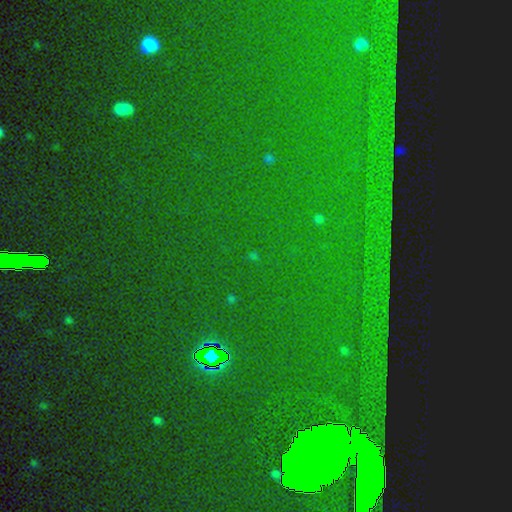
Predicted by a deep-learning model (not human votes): star or artifact 82%, smooth 9%, featured or disk 9%.